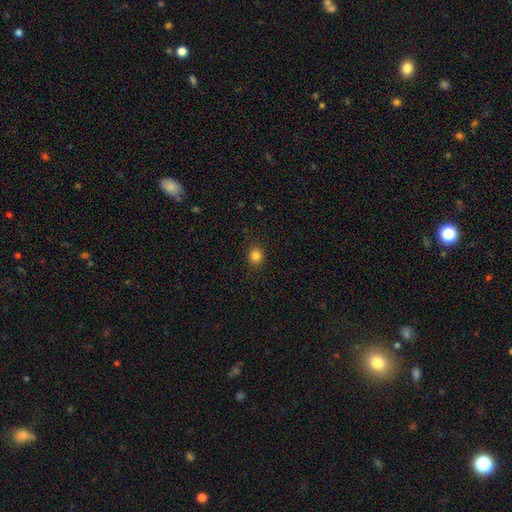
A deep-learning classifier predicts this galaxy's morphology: smooth_or_featured: smooth (p=0.83) [alt: star or artifact p=0.12]
how_rounded: round (p=0.80) [alt: in between p=0.19]
merging: none (p=0.90) [alt: minor disturbance p=0.07]